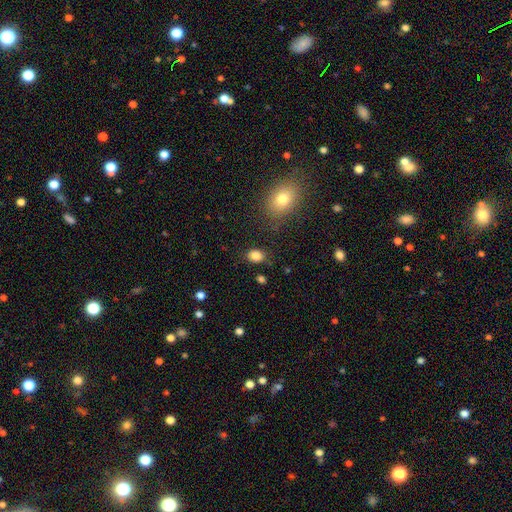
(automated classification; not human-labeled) Smooth or featured: smooth — 84% (star or artifact — 11%)
How rounded: in between — 65% (round — 34%)
Merging: none — 81% (minor disturbance — 13%)